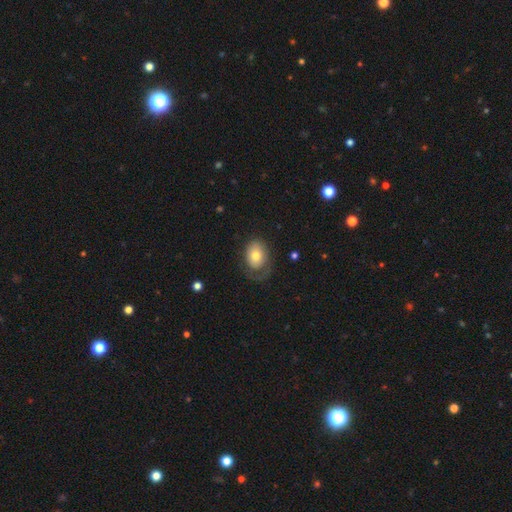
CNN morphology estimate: smooth 66%, featured or disk 26%, star or artifact 7%. Down the decision tree: how rounded — in between (68%); merging — none (48%).